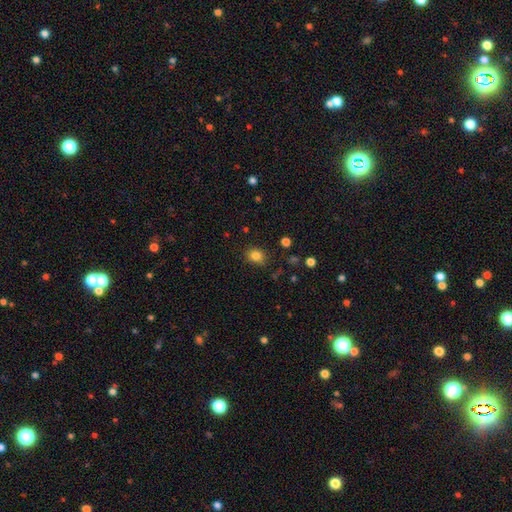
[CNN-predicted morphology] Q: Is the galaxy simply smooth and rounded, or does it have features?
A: smooth — 83%.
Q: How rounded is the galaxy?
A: round — 56%.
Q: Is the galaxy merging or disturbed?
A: none — 81%.